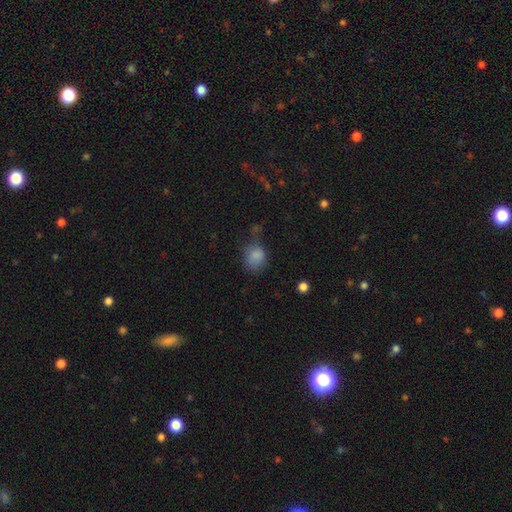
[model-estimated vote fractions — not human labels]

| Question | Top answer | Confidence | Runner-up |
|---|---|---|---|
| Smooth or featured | smooth | 82% | star or artifact (11%) |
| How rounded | round | 53% | in between (46%) |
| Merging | none | 48% | minor disturbance (30%) |